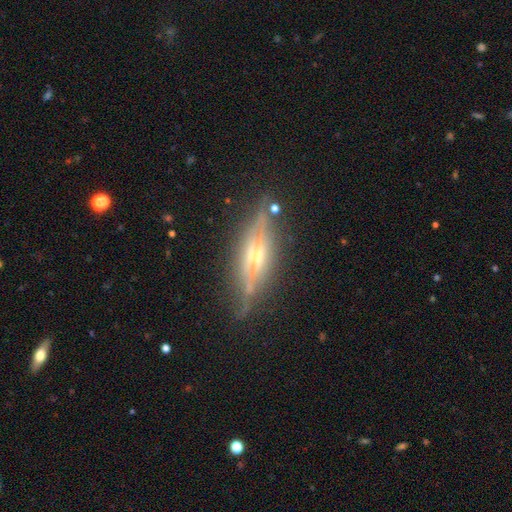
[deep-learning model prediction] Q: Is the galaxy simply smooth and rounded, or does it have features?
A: featured or disk — 81%.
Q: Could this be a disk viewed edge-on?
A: yes — 90%.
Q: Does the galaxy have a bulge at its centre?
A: rounded — 81%.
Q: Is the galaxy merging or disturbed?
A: none — 77%.